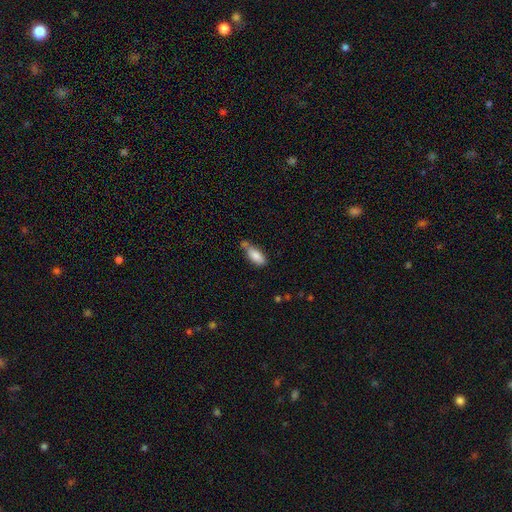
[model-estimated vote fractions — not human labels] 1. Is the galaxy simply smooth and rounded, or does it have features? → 83% smooth, 10% featured or disk, 7% star or artifact.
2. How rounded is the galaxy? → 85% in between, 12% cigar-shaped, 2% round.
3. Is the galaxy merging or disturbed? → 50% none, 23% minor disturbance, 21% merger, 6% major disturbance.